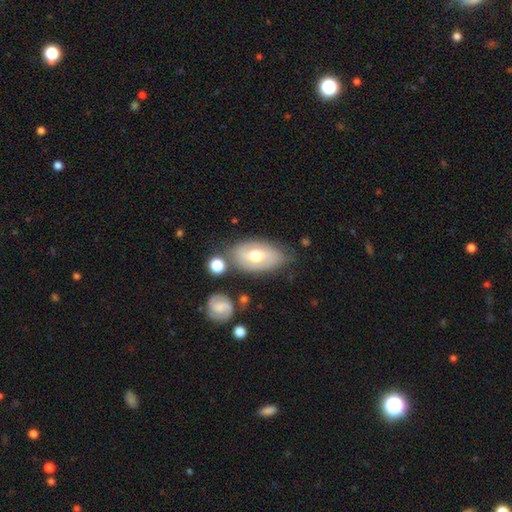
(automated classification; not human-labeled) Overall: smooth (53%; featured or disk 40%). How rounded: in between (89%). Merging: none (65%).